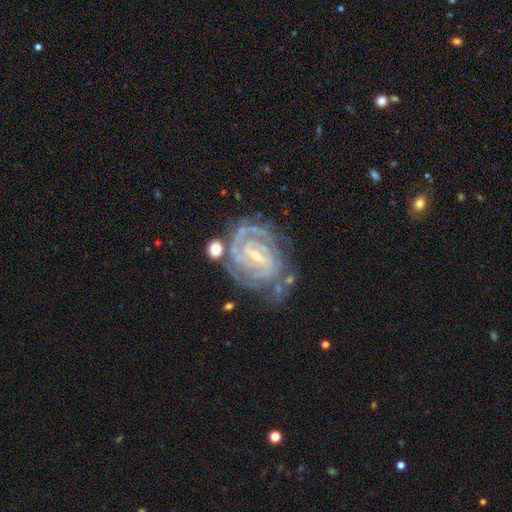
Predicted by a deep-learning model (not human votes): A featured or disk galaxy (91%) with a weak bar (46%), 2 (35%) tight (76%) spiral arms (98%) and a small central bulge (71%).

Vote fractions:
- Smooth or featured? featured or disk: 91% / star or artifact: 5% / smooth: 4%
- Edge-on disk? no: 97% / yes: 3%
- Bar? weak: 46% / strong: 39% / no: 16%
- Spiral arms? yes: 98% / no: 2%
- Spiral winding? tight: 76% / medium: 21% / loose: 3%
- Spiral arm count? 2: 35% / 3: 23% / can't tell: 18% / 4: 13% / more than 4: 5% / 1: 5%
- Bulge size? small: 71% / moderate: 26% / none: 1% / large: 1% / dominant: 1%
- Merging? none: 63% / minor disturbance: 20% / major disturbance: 9% / merger: 8%